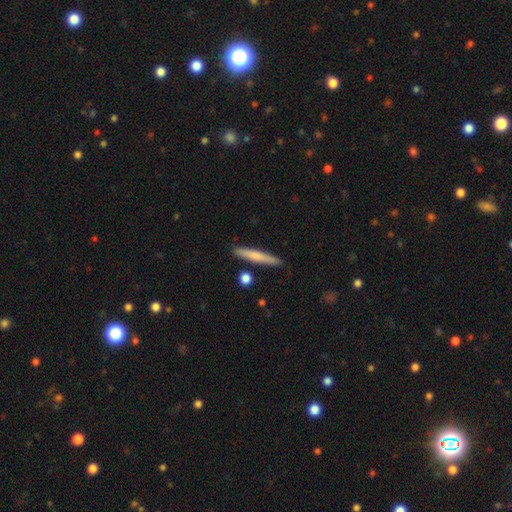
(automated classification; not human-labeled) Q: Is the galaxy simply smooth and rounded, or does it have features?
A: smooth — 67%.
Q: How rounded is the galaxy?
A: cigar-shaped — 94%.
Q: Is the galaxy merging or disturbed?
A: none — 88%.